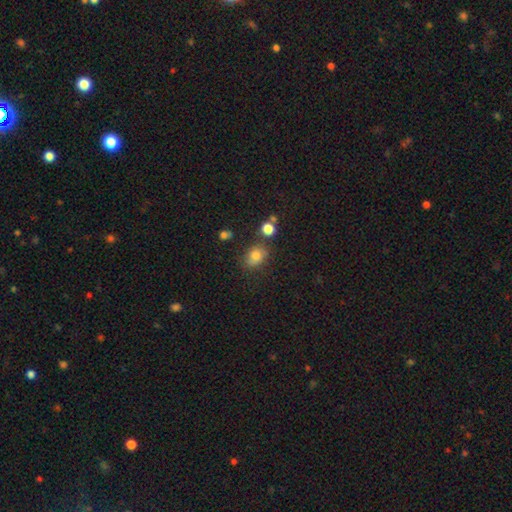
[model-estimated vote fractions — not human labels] Overall: smooth (77%). How rounded: in between (58%; round 40%). Merging: none (68%).